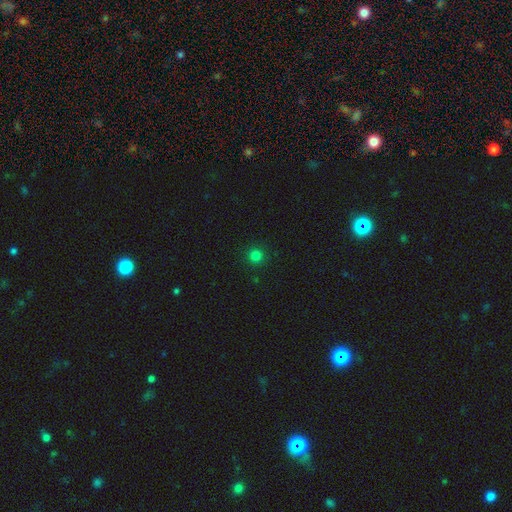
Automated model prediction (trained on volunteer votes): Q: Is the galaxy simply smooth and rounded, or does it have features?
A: smooth — 80%.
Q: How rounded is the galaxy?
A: round — 95%.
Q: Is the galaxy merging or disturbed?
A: none — 92%.